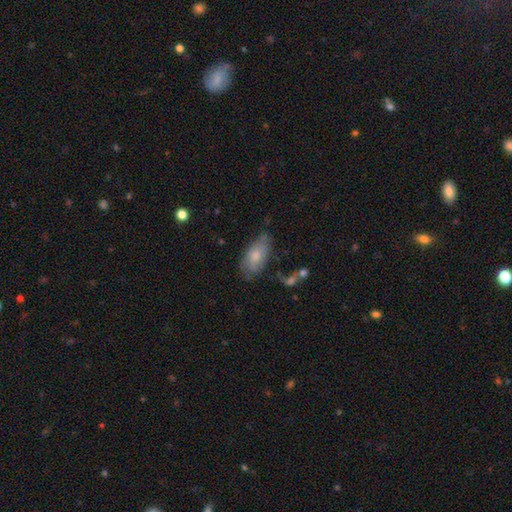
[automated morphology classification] smooth 71%, featured or disk 22%, star or artifact 7%. Down the decision tree: how rounded — in between (91%); merging — none (57%).